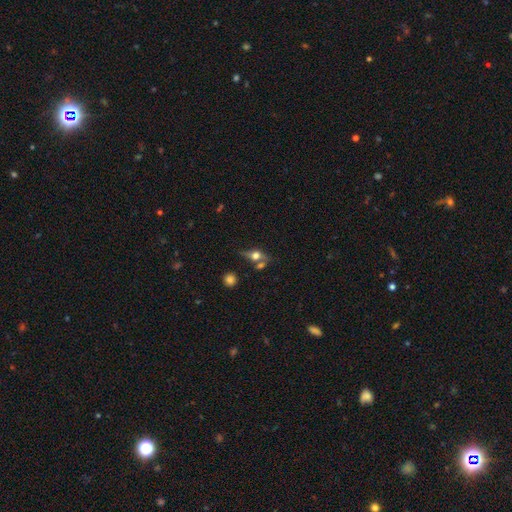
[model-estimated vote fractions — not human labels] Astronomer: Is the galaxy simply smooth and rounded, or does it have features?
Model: featured or disk — 52% (runner-up: smooth, 36%).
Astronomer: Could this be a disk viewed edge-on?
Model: yes — 83%.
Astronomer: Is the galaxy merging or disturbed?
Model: none — 59%.